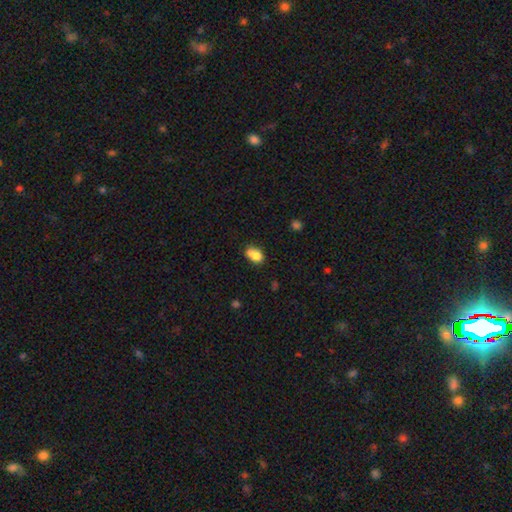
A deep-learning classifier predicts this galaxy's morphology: The model was most divided on "merging": none: 51%, minor disturbance: 26%, merger: 17%, major disturbance: 6%. More confident: how rounded — in between (81%); smooth or featured — smooth (80%).